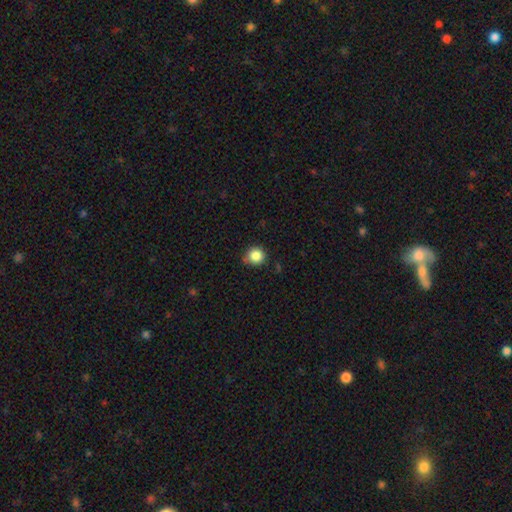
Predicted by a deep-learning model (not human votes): smooth 86%, star or artifact 10%, featured or disk 4%. Down the decision tree: how rounded — round (91%); merging — none (77%).